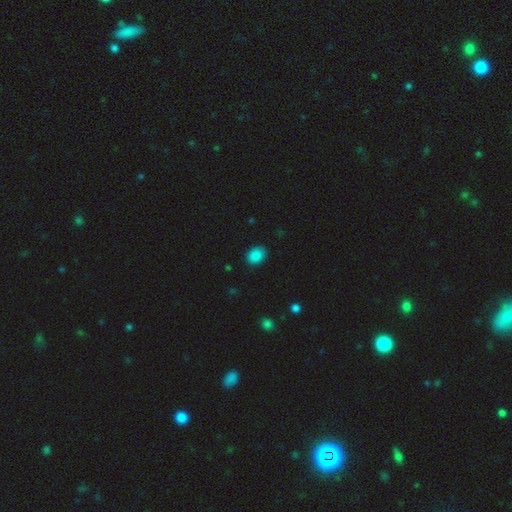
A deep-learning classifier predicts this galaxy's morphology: Overall: smooth (87%). How rounded: in between (57%; round 42%). Merging: none (88%).